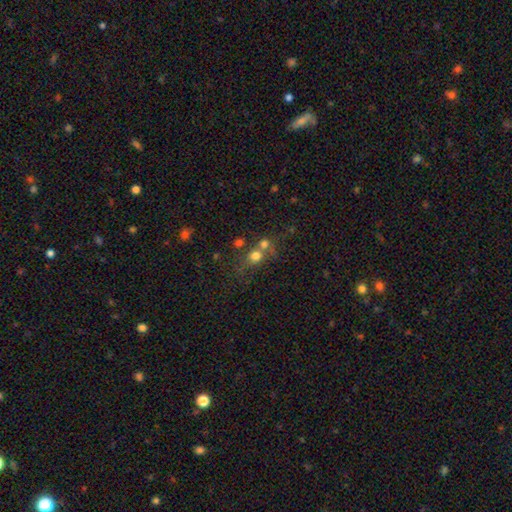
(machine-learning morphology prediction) smooth 70%, star or artifact 17%, featured or disk 13%. Down the decision tree: how rounded — round (82%); merging — merger (44%).